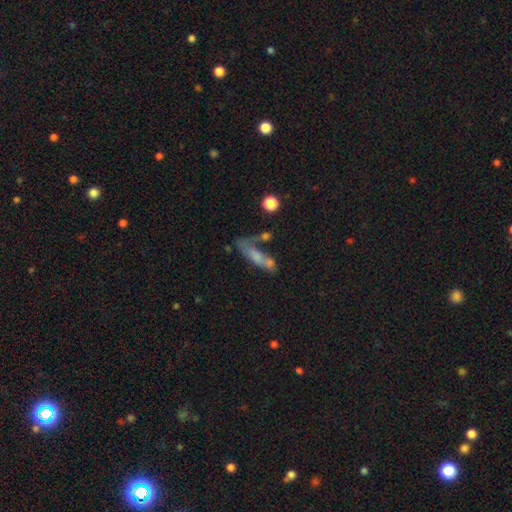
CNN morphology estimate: Smooth or featured?
  - smooth: 61% *
  - featured or disk: 29%
  - star or artifact: 10%
How rounded?
  - cigar-shaped: 57% *
  - in between: 39%
  - round: 4%
Merging?
  - none: 34% *
  - merger: 26%
  - minor disturbance: 21%
  - major disturbance: 20%